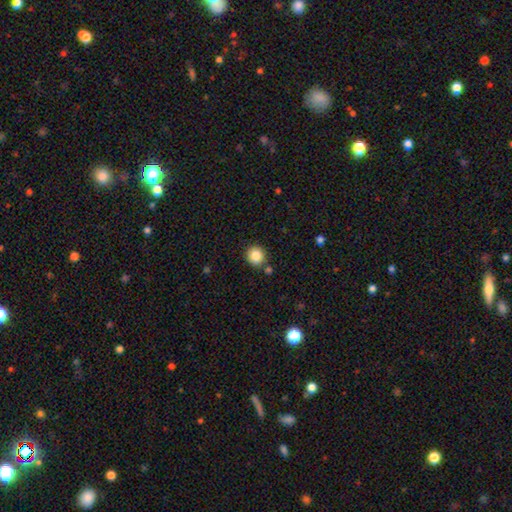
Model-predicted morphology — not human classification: This appears to be a smooth galaxy with no disk features (86%) that is round (89%). Merging: none (85%).